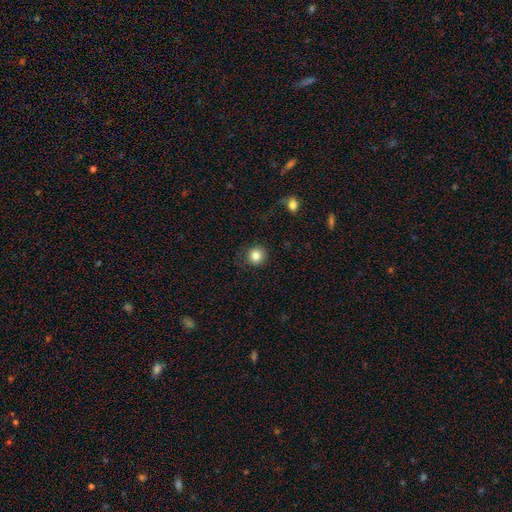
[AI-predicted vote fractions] smooth_or_featured: smooth (p=0.83) [alt: star or artifact p=0.10]
how_rounded: round (p=0.93) [alt: in between p=0.07]
merging: none (p=0.87) [alt: minor disturbance p=0.08]